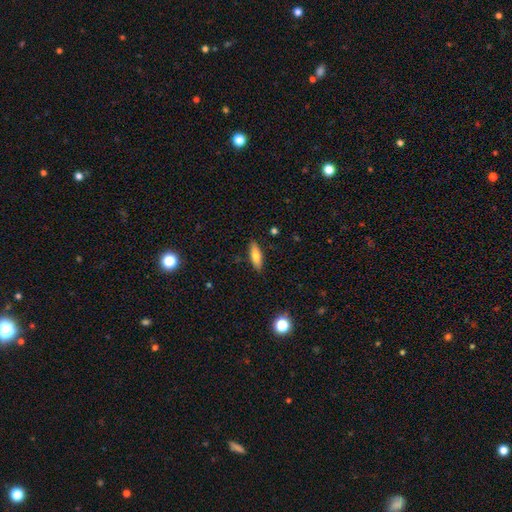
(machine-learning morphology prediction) Overall: smooth (74%). How rounded: in between (52%; cigar-shaped 46%). Merging: none (87%).